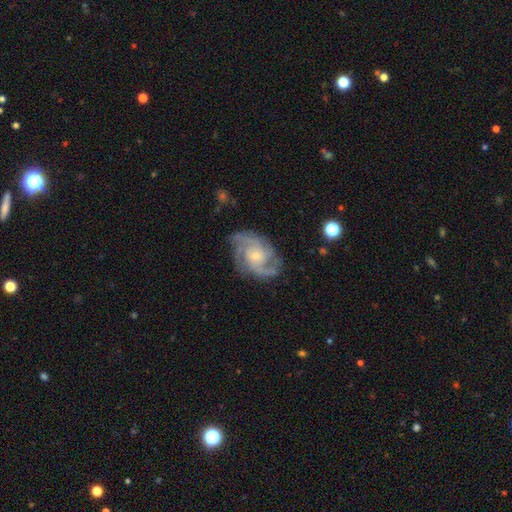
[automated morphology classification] Overall: featured or disk (90%). Edge-on disk: no (98%). Bar: no (66%; weak 29%). Spiral arms: yes (98%). Spiral arm count: 2 (40%; 3 29%). Spiral winding: medium (48%; tight 40%). Bulge size: small (63%; moderate 31%). Merging: none (75%).